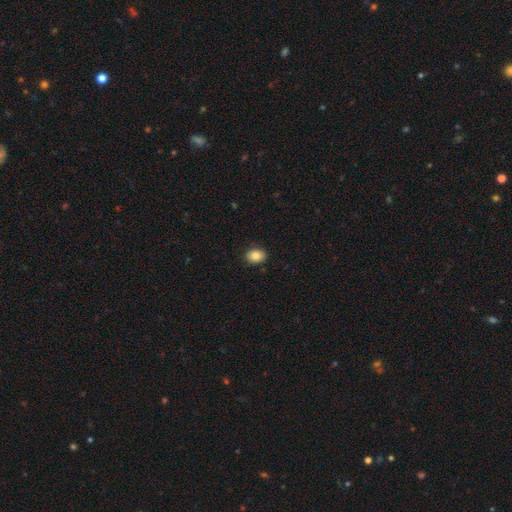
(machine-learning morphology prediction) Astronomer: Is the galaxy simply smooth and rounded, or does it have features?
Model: smooth — 83%.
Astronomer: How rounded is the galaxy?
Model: in between — 64%.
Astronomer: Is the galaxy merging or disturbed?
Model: none — 88%.